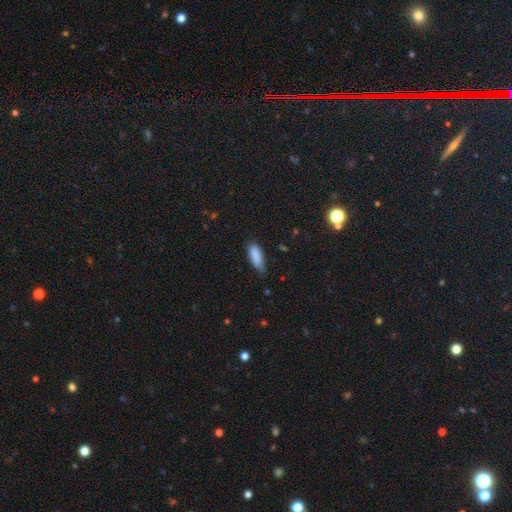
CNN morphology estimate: Smooth or featured? smooth (87%)
How rounded? in between (66%)
Merging? none (66%)